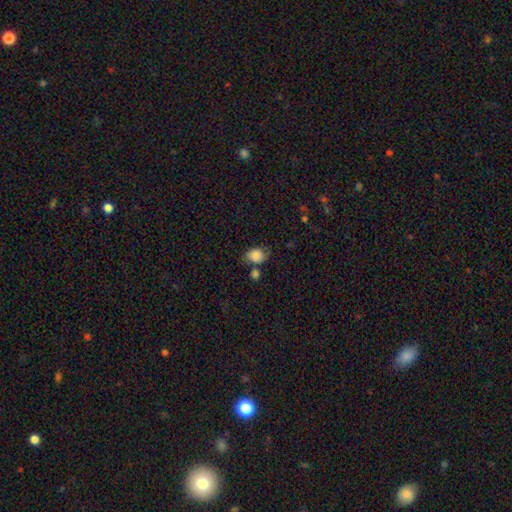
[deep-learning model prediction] Smooth or featured? smooth (84%)
How rounded? in between (51%)
Merging? none (57%)